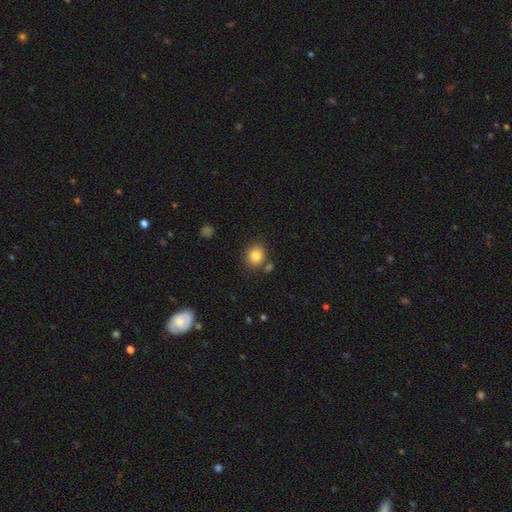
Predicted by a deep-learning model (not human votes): This is clearly a smooth galaxy (83%). How rounded: likely round (72%). Merging: likely none (77%).